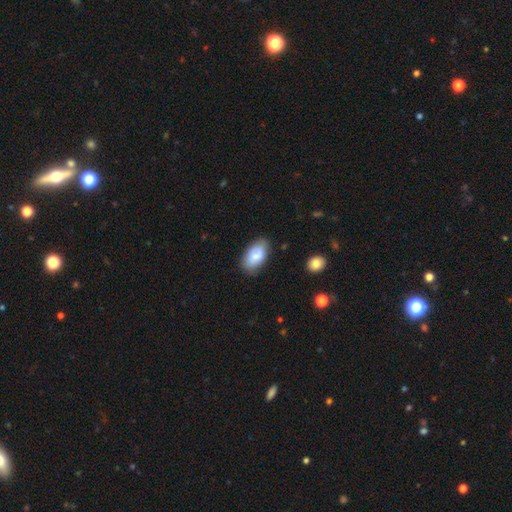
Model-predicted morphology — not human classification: Smooth or featured?
  - smooth: 76% *
  - featured or disk: 18%
  - star or artifact: 7%
How rounded?
  - in between: 94% *
  - round: 4%
  - cigar-shaped: 2%
Merging?
  - none: 77% *
  - minor disturbance: 18%
  - major disturbance: 3%
  - merger: 2%